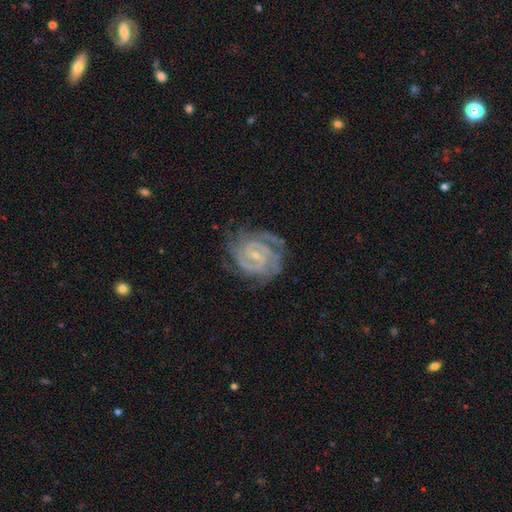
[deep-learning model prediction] Morphology: type=featured or disk (90%); edge-on=no (98%); bar=weak (42%, tied with no); spiral arms=yes (98%); winding=tight (73%); arm count=2 (39%); bulge=small (77%); merging=none (71%).